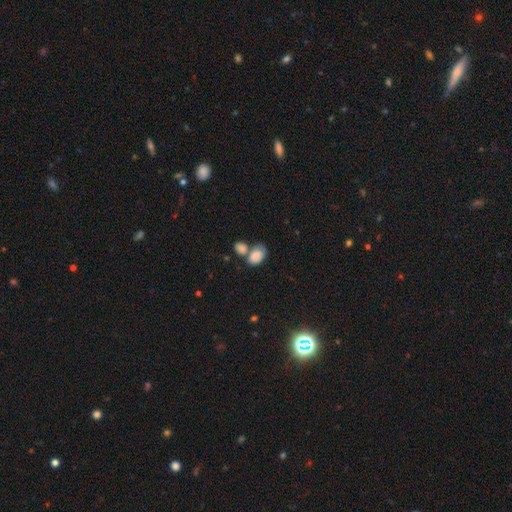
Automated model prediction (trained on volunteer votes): smooth 84%, featured or disk 8%, star or artifact 8%. Down the decision tree: how rounded — in between (85%); merging — merger (47%).